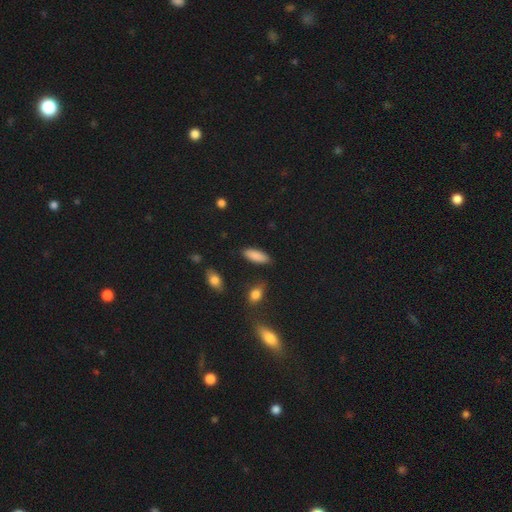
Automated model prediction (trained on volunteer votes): Smooth or featured? smooth (87%)
How rounded? in between (72%)
Merging? none (86%)